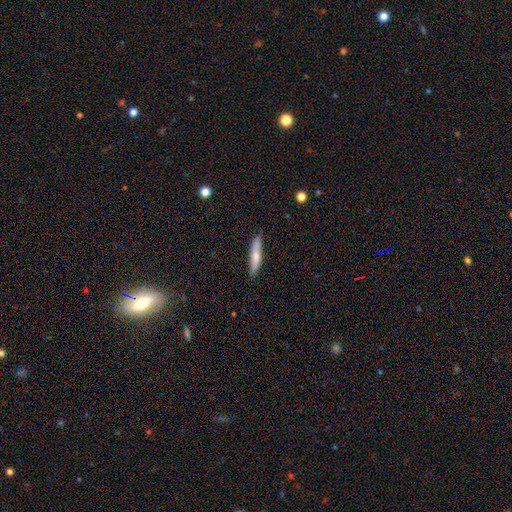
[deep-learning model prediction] A smooth galaxy with no disk features (70%) that is cigar-shaped (89%).

Vote fractions:
- Smooth or featured? smooth: 70% / featured or disk: 25% / star or artifact: 5%
- How rounded? cigar-shaped: 89% / in between: 10% / round: 1%
- Merging? none: 83% / minor disturbance: 14% / major disturbance: 2% / merger: 1%